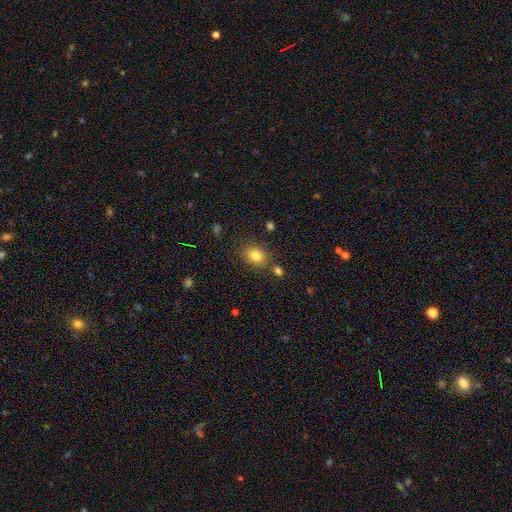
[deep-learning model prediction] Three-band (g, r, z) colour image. It shows a smooth galaxy with no disk features (82%) that is round (51%). Merging: none (76%).